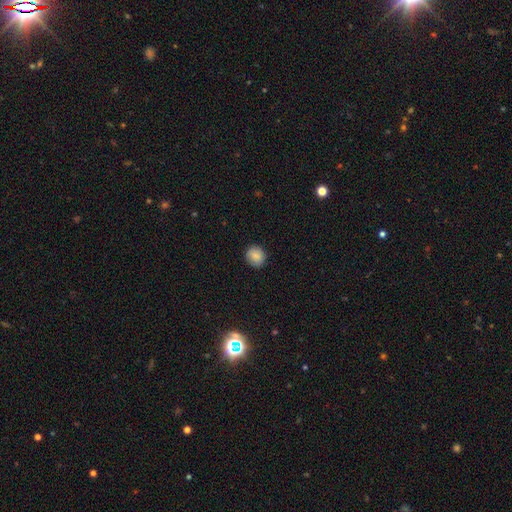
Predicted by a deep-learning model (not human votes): Smooth or featured?
  - smooth: 87% *
  - star or artifact: 9%
  - featured or disk: 5%
How rounded?
  - round: 83% *
  - in between: 16%
  - cigar-shaped: 1%
Merging?
  - none: 89% *
  - minor disturbance: 8%
  - major disturbance: 2%
  - merger: 1%